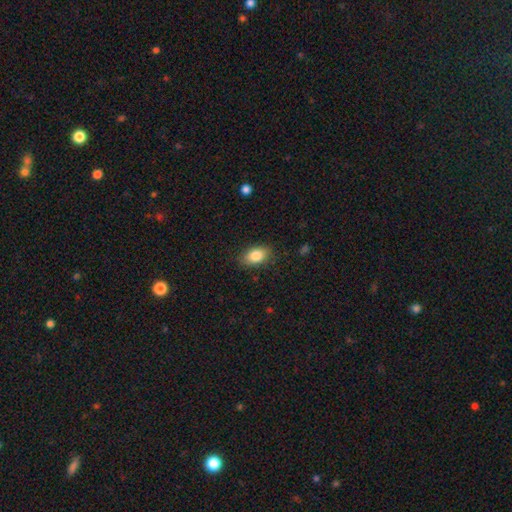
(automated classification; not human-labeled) Smooth or featured?
  - smooth: 85% *
  - featured or disk: 8%
  - star or artifact: 8%
How rounded?
  - in between: 87% *
  - round: 11%
  - cigar-shaped: 2%
Merging?
  - none: 84% *
  - minor disturbance: 12%
  - major disturbance: 3%
  - merger: 1%